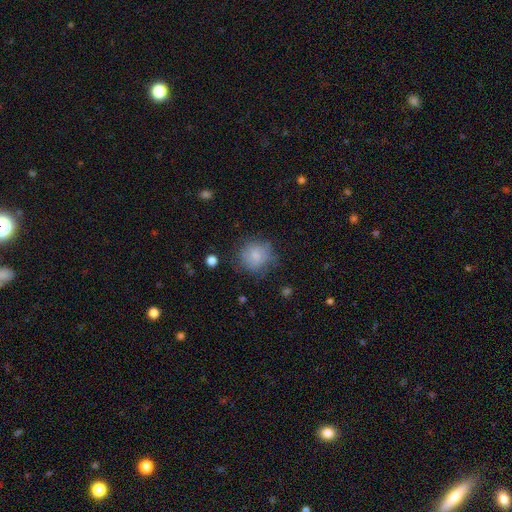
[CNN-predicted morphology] Smooth or featured? Predicted: smooth (p=0.76). How rounded? Predicted: round (p=0.85). Merging? Predicted: none (p=0.68).